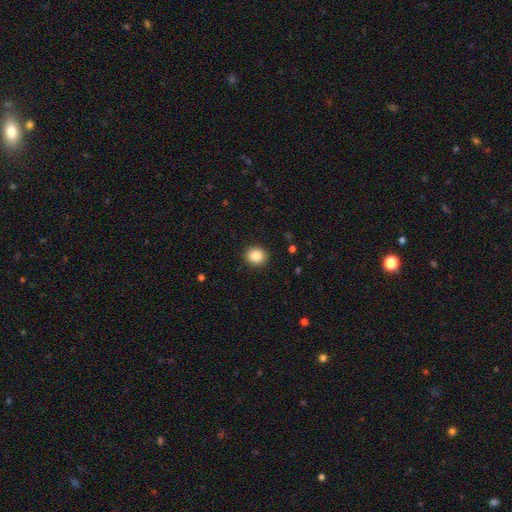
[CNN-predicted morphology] A smooth galaxy with no disk features (87%) that is round (80%).

Vote fractions:
- Smooth or featured? smooth: 87% / star or artifact: 9% / featured or disk: 4%
- How rounded? round: 80% / in between: 19% / cigar-shaped: 1%
- Merging? none: 91% / minor disturbance: 6% / major disturbance: 2% / merger: 1%